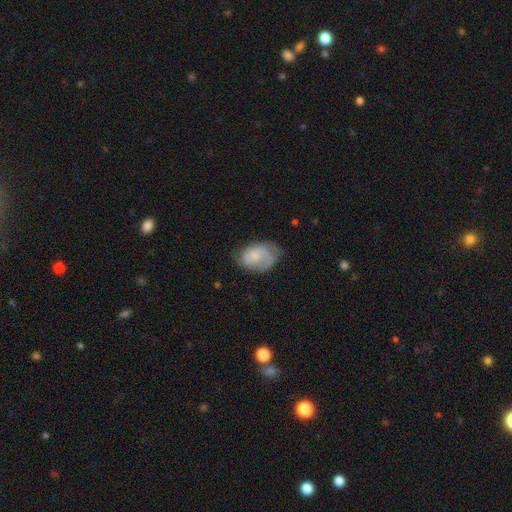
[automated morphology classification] featured or disk 53%, smooth 40%, star or artifact 7%. Down the decision tree: edge-on disk — no (97%); bar — no (71%); spiral arms — yes (84%); bulge size — small (49%); merging — none (50%).